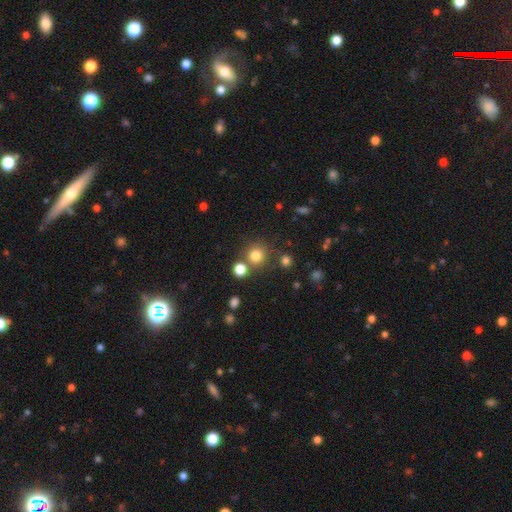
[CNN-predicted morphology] Smooth or featured? Predicted: smooth (p=0.79). How rounded? Predicted: round (p=0.92). Merging? Predicted: none (p=0.76).